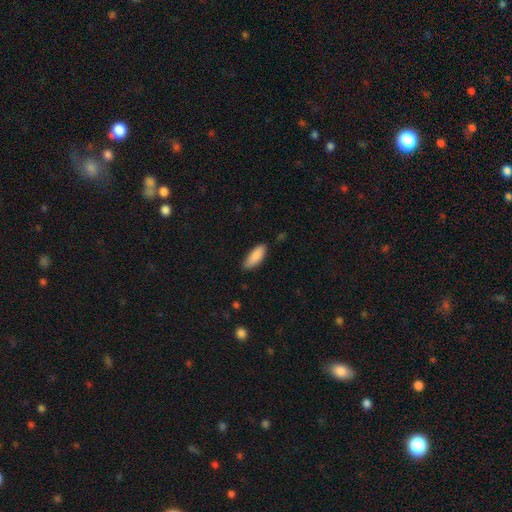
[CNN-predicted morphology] This appears to be a smooth galaxy with no disk features (89%) that is in between round and cigar-shaped (74%). Merging: none (80%).